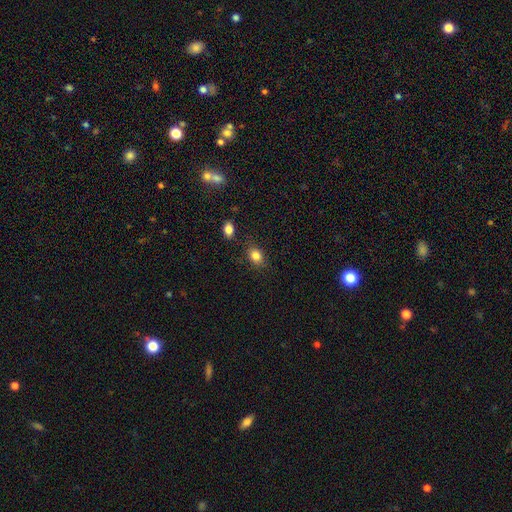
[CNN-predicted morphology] This appears to be a smooth galaxy with no disk features (83%) that is in between round and cigar-shaped (60%). Merging: none (79%).